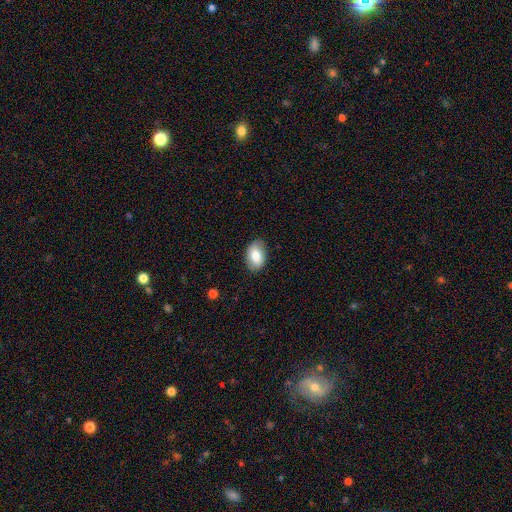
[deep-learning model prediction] Overall: smooth (81%). How rounded: in between (89%). Merging: none (83%).